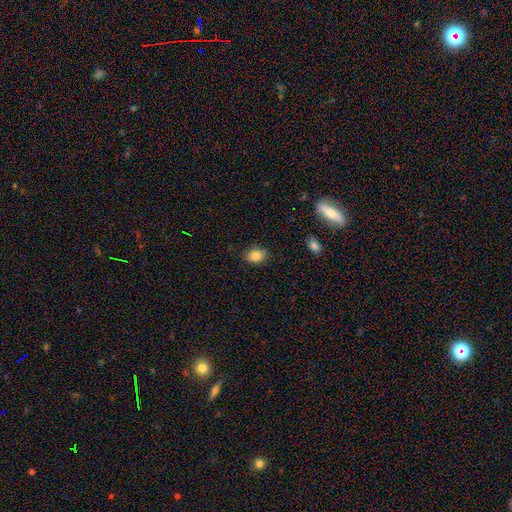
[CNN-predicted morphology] Overall: smooth (85%). How rounded: in between (67%; round 32%). Merging: none (84%).